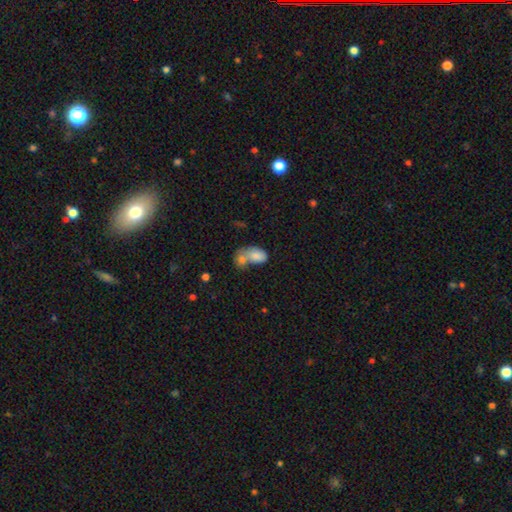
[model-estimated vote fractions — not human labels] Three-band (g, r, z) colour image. It shows a smooth galaxy with no disk features (79%) that is in between round and cigar-shaped (88%). Merging: merger (64%).